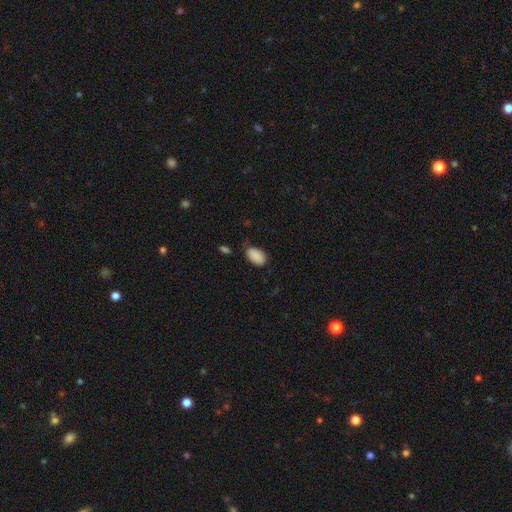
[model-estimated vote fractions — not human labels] Morphology: type=smooth (89%); roundness=in between (92%); merging=none (68%).